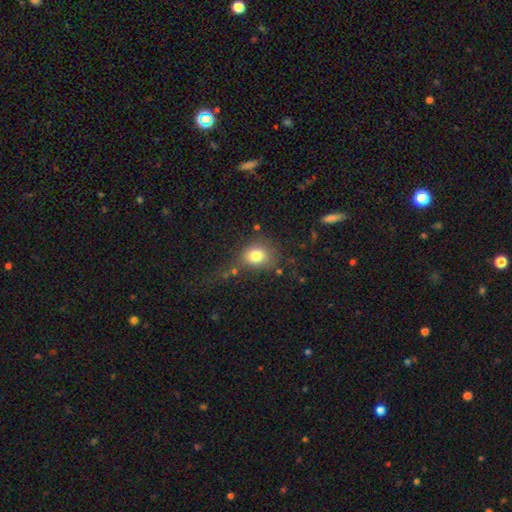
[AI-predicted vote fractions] Q: Smooth or featured?
A: smooth (79%); runner-up: star or artifact (12%)
Q: How rounded?
A: round (58%); runner-up: in between (41%)
Q: Merging?
A: none (63%); runner-up: minor disturbance (20%)